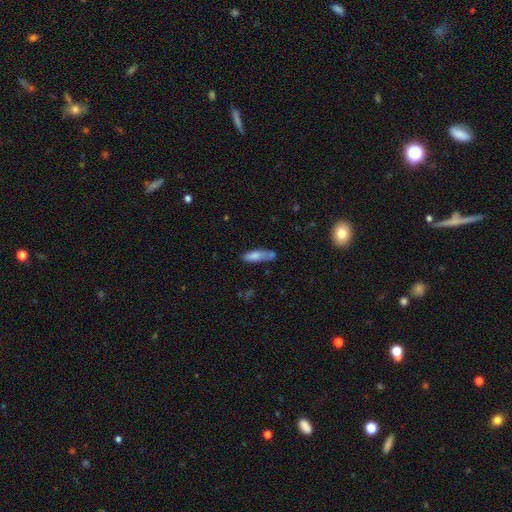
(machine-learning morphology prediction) This is likely a smooth galaxy (75%). How rounded: possibly cigar-shaped (58%). Merging: possibly none (51%).